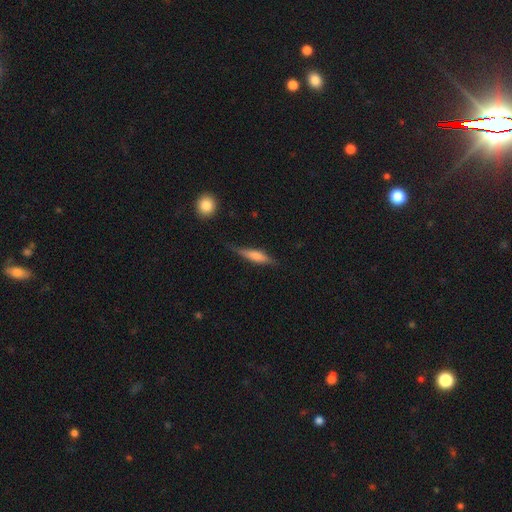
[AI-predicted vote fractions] Smooth or featured: smooth — 57% (featured or disk — 36%)
How rounded: cigar-shaped — 78% (in between — 19%)
Merging: none — 72% (minor disturbance — 21%)